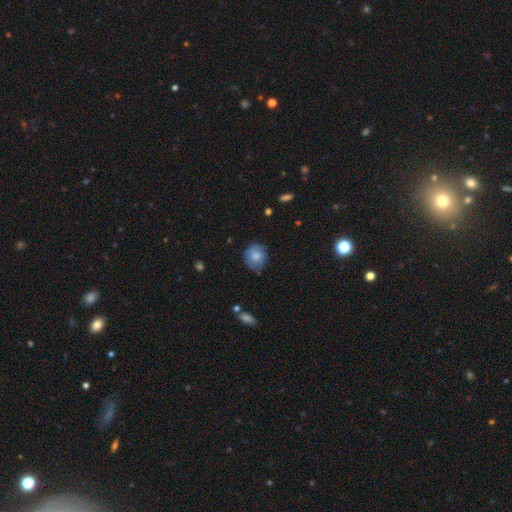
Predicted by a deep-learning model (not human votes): smooth-or-featured: smooth: 77% | featured or disk: 15% | star or artifact: 8%
  how-rounded: round: 86% | in between: 13% | cigar-shaped: 1%
  merging: none: 77% | minor disturbance: 18% | major disturbance: 3% | merger: 1%